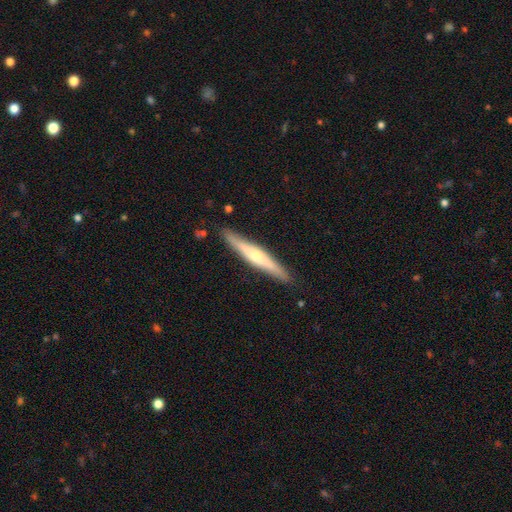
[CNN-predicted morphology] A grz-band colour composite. It shows a featured or disk galaxy (63%) viewed edge-on (95%) with a rounded central bulge (78%). Merging: none (89%).